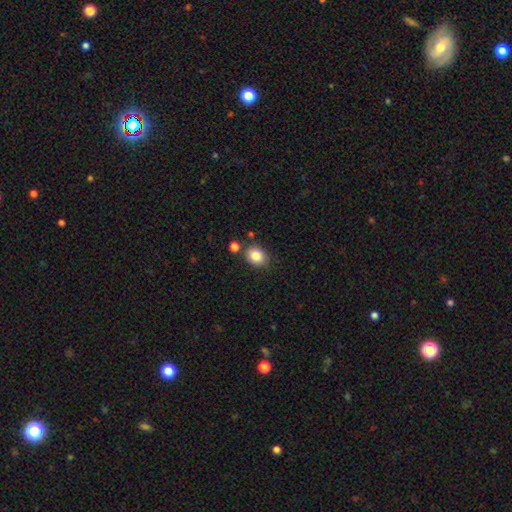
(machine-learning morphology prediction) This is clearly a smooth galaxy (84%). How rounded: possibly round (51%). Merging: likely none (77%).